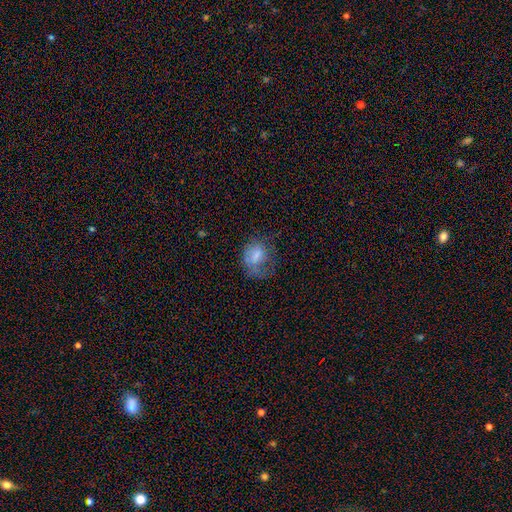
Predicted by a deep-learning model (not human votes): smooth-or-featured: smooth: 63% | featured or disk: 26% | star or artifact: 11%
  how-rounded: in between: 54% | round: 44% | cigar-shaped: 1%
  merging: major disturbance: 36% | none: 34% | minor disturbance: 27% | merger: 3%